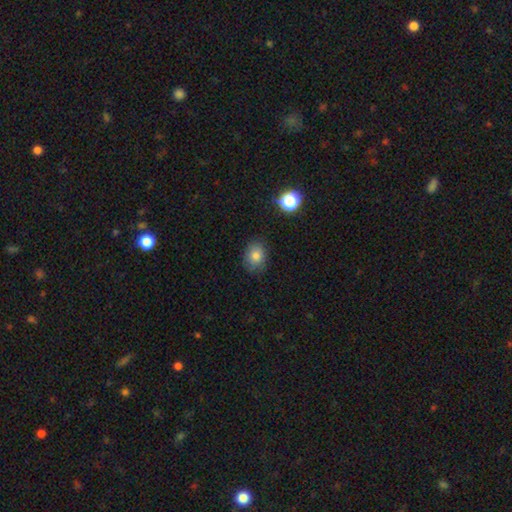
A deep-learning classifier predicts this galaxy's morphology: smooth 81%, star or artifact 11%, featured or disk 8%. Down the decision tree: how rounded — in between (54%); merging — none (82%).